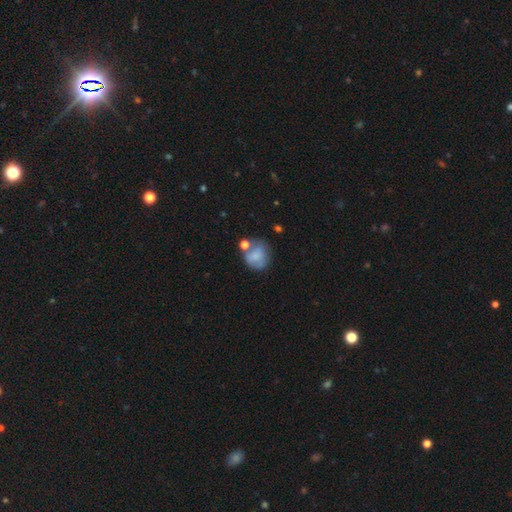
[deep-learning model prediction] A smooth galaxy with no disk features (70%) that is round (68%). Merging: none (42%).